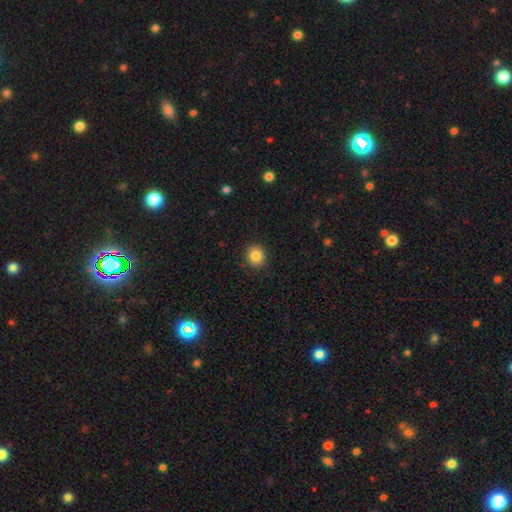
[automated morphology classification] This is clearly a smooth galaxy (84%). How rounded: clearly round (82%). Merging: clearly none (89%).